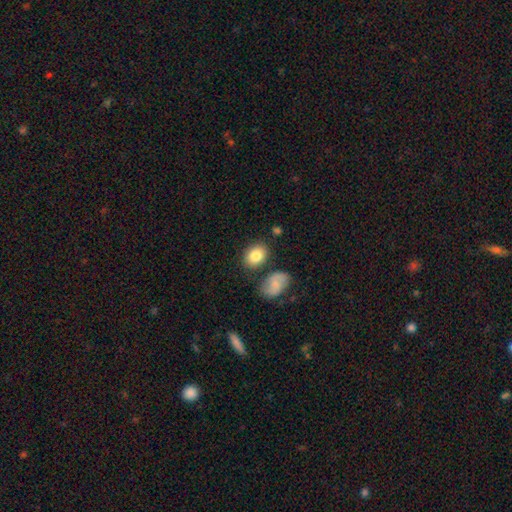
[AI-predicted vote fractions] smooth_or_featured: smooth (p=0.82) [alt: featured or disk p=0.10]
how_rounded: in between (p=0.69) [alt: round p=0.30]
merging: none (p=0.77) [alt: minor disturbance p=0.12]